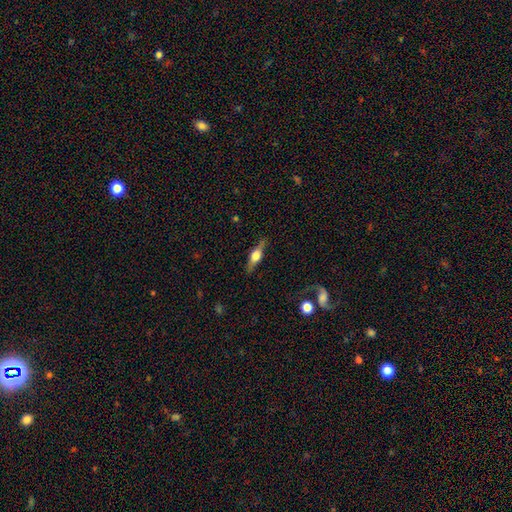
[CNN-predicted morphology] smooth_or_featured: featured or disk (p=0.68) [alt: smooth p=0.26]
disk_edge_on: yes (p=0.96) [alt: no p=0.04]
edge_on_bulge: rounded (p=0.93) [alt: boxy p=0.06]
merging: none (p=0.86) [alt: minor disturbance p=0.10]